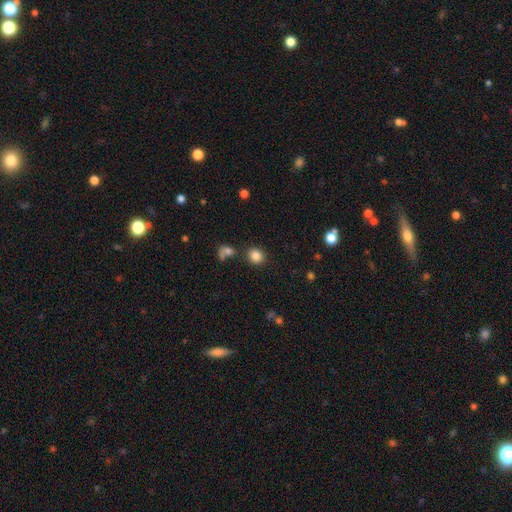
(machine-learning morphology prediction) Smooth or featured?
  - smooth: 84% *
  - star or artifact: 11%
  - featured or disk: 5%
How rounded?
  - round: 81% *
  - in between: 18%
  - cigar-shaped: 1%
Merging?
  - none: 81% *
  - minor disturbance: 8%
  - merger: 7%
  - major disturbance: 3%